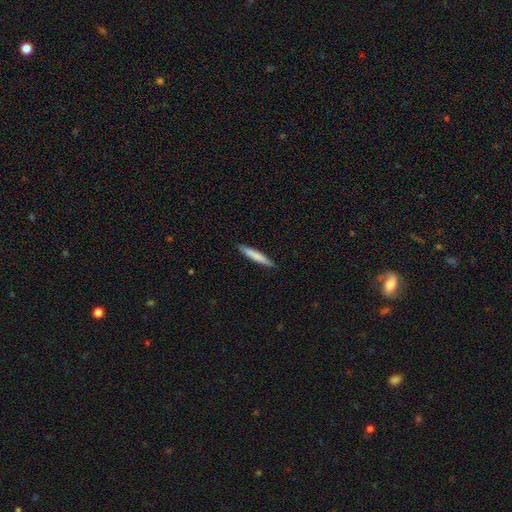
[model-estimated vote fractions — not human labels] A smooth galaxy with no disk features (76%) that is cigar-shaped (94%).

Vote fractions:
- Smooth or featured? smooth: 76% / featured or disk: 19% / star or artifact: 5%
- How rounded? cigar-shaped: 94% / in between: 5% / round: 1%
- Merging? none: 89% / minor disturbance: 9% / major disturbance: 2% / merger: 1%